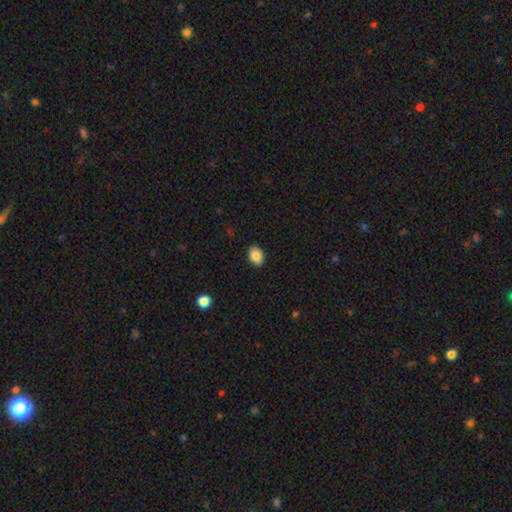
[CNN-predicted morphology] A smooth galaxy with no disk features (87%) that is in between round and cigar-shaped (83%).

Vote fractions:
- Smooth or featured? smooth: 87% / star or artifact: 8% / featured or disk: 5%
- How rounded? in between: 83% / round: 16% / cigar-shaped: 1%
- Merging? none: 89% / minor disturbance: 8% / major disturbance: 2% / merger: 1%